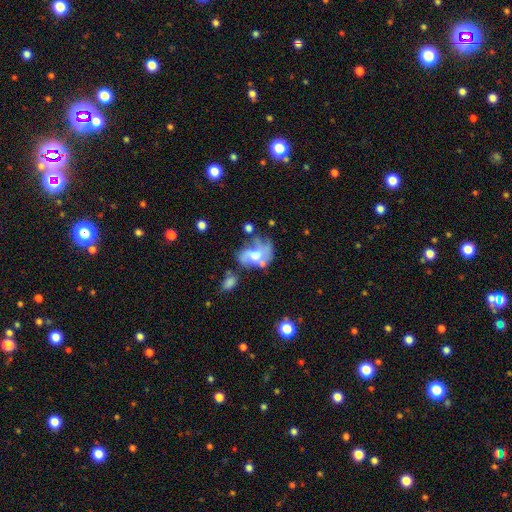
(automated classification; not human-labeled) Smooth or featured: featured or disk — 55% (smooth — 36%)
Edge-on disk: no — 97% (yes — 3%)
Bar: no — 75% (weak — 21%)
Spiral arms: no — 54% (yes — 46%)
Bulge size: moderate — 63% (large — 19%)
Merging: major disturbance — 31% (none — 25%)